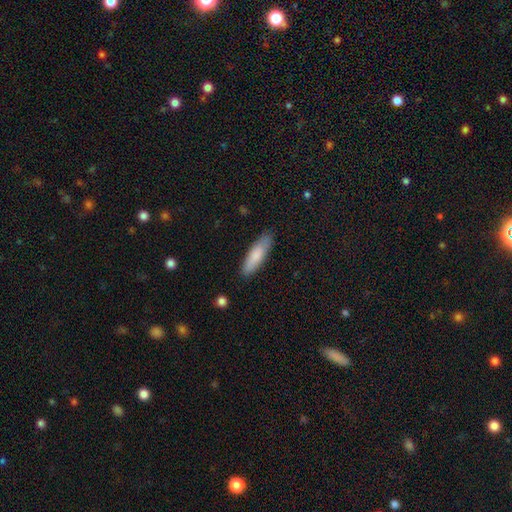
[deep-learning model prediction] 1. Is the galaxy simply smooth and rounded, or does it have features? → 82% smooth, 13% featured or disk, 5% star or artifact.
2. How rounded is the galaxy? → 61% cigar-shaped, 38% in between, 1% round.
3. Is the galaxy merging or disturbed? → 84% none, 12% minor disturbance, 2% major disturbance, 1% merger.